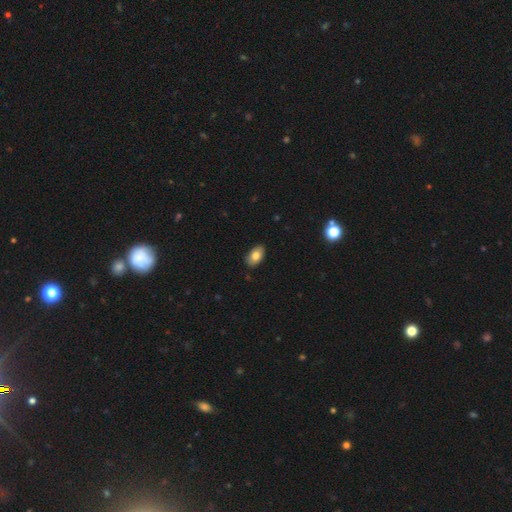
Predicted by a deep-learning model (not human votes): smooth 80%, featured or disk 13%, star or artifact 8%. Down the decision tree: how rounded — in between (93%); merging — none (86%).